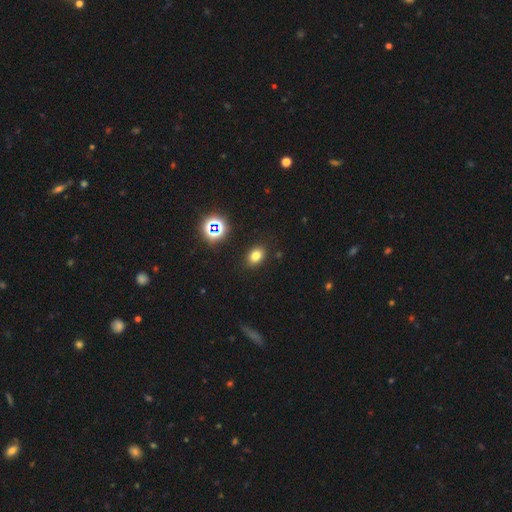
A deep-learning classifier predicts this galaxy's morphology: This appears to be a smooth galaxy with no disk features (74%) that is in between round and cigar-shaped (73%). Merging: none (86%).